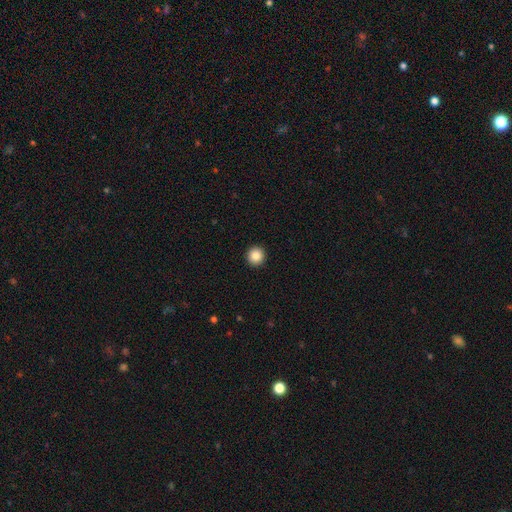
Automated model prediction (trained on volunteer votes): smooth_or_featured: smooth (p=0.86) [alt: star or artifact p=0.09]
how_rounded: round (p=0.96) [alt: in between p=0.03]
merging: none (p=0.94) [alt: minor disturbance p=0.04]